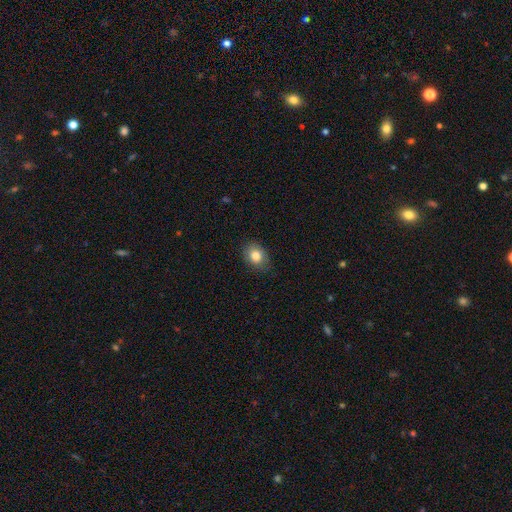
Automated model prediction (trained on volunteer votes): A smooth galaxy with no disk features (83%) that is in between round and cigar-shaped (58%).

Vote fractions:
- Smooth or featured? smooth: 83% / star or artifact: 9% / featured or disk: 8%
- How rounded? in between: 58% / round: 41% / cigar-shaped: 1%
- Merging? none: 83% / minor disturbance: 14% / major disturbance: 3% / merger: 1%